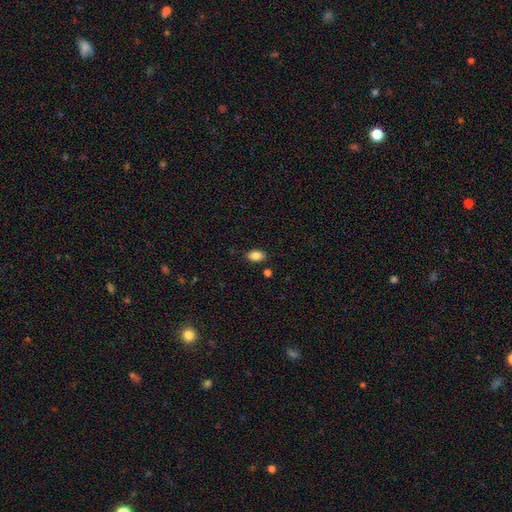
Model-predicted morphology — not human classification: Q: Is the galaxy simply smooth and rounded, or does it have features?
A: smooth — 86%.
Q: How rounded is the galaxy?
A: in between — 90%.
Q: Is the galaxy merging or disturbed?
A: none — 85%.